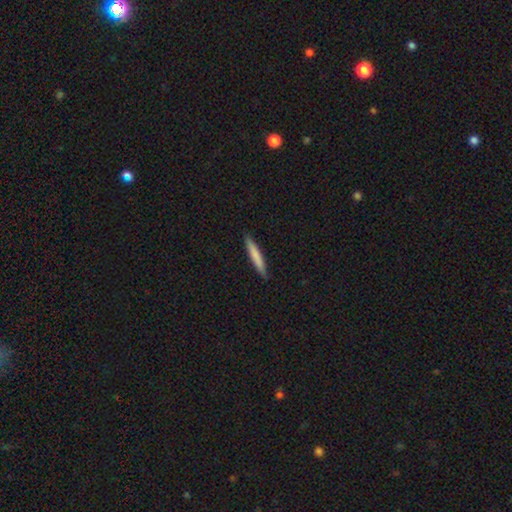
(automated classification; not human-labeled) A smooth galaxy with no disk features (76%) that is cigar-shaped (94%).

Vote fractions:
- Smooth or featured? smooth: 76% / featured or disk: 19% / star or artifact: 5%
- How rounded? cigar-shaped: 94% / in between: 5% / round: 1%
- Merging? none: 89% / minor disturbance: 9% / major disturbance: 1% / merger: 1%